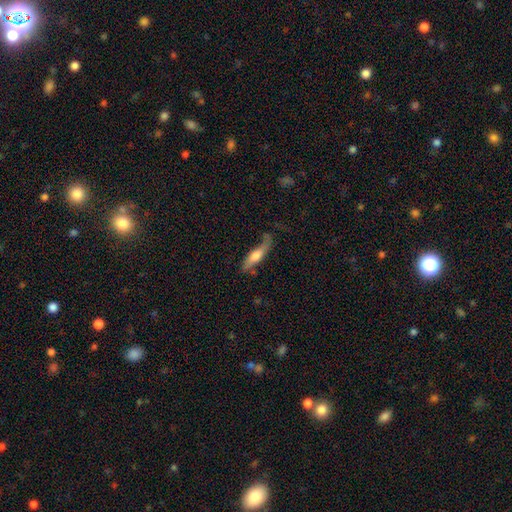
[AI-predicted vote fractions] The model was most divided on "smooth or featured": smooth: 52%, featured or disk: 42%, star or artifact: 6%. More confident: how rounded — cigar-shaped (70%); merging — none (52%).